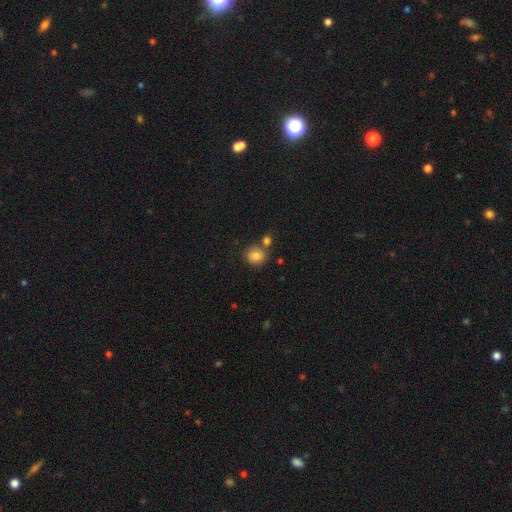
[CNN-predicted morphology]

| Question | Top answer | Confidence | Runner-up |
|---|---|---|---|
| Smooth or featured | smooth | 82% | star or artifact (10%) |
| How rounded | round | 86% | in between (13%) |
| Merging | none | 67% | merger (19%) |